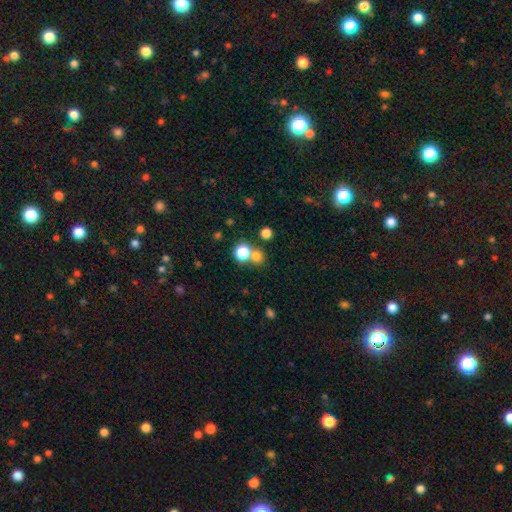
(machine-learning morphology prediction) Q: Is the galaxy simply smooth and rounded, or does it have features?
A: smooth — 73%.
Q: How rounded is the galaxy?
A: round — 87%.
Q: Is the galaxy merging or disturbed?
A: none — 59%.